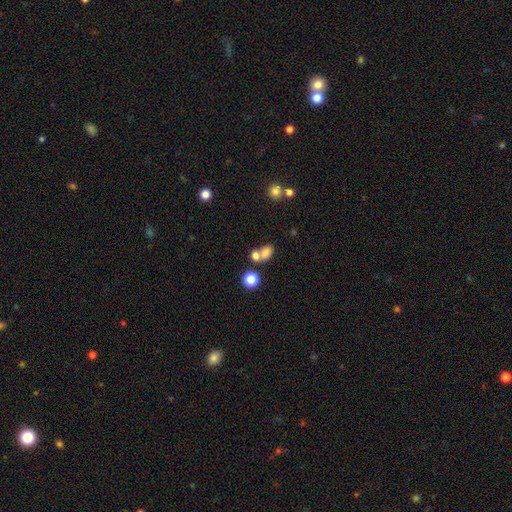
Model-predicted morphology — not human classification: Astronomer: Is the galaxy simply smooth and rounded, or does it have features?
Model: smooth — 75%.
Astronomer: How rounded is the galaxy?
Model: in between — 57% (runner-up: round, 41%).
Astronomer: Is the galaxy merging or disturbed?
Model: merger — 49% (runner-up: none, 38%).